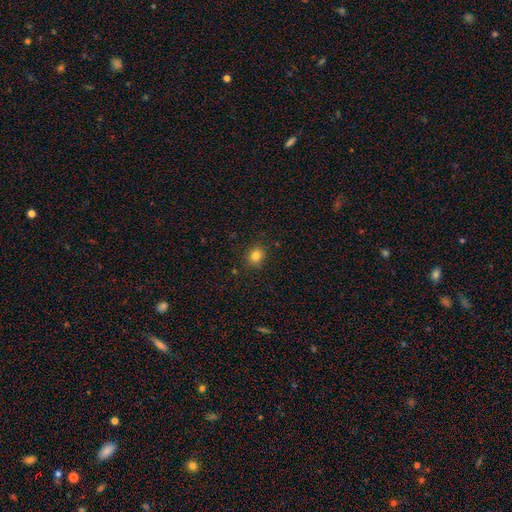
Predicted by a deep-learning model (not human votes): Smooth or featured?
  - smooth: 82% *
  - star or artifact: 12%
  - featured or disk: 6%
How rounded?
  - round: 74% *
  - in between: 25%
  - cigar-shaped: 1%
Merging?
  - none: 87% *
  - minor disturbance: 9%
  - major disturbance: 2%
  - merger: 1%